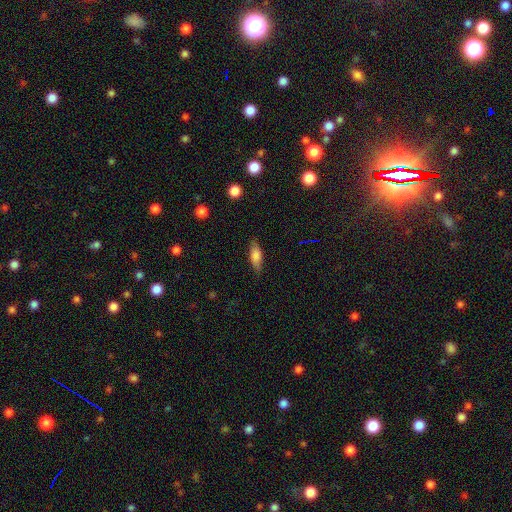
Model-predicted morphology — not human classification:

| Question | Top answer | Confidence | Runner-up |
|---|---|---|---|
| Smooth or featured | smooth | 70% | featured or disk (22%) |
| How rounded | in between | 63% | cigar-shaped (34%) |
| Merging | none | 81% | minor disturbance (15%) |